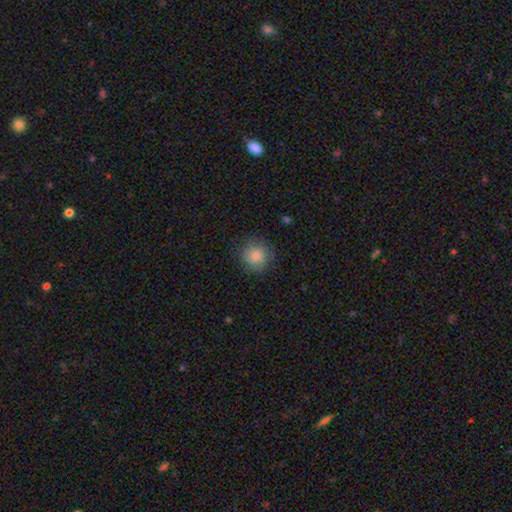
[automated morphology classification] Smooth or featured: smooth — 82% (star or artifact — 10%)
How rounded: round — 92% (in between — 7%)
Merging: none — 86% (minor disturbance — 10%)